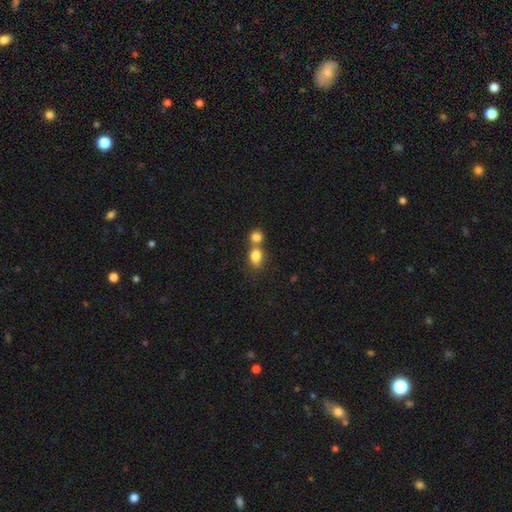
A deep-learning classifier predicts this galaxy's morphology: Smooth or featured? Predicted: smooth (p=0.82). How rounded? Predicted: in between (p=0.59). Merging? Predicted: merger (p=0.55).